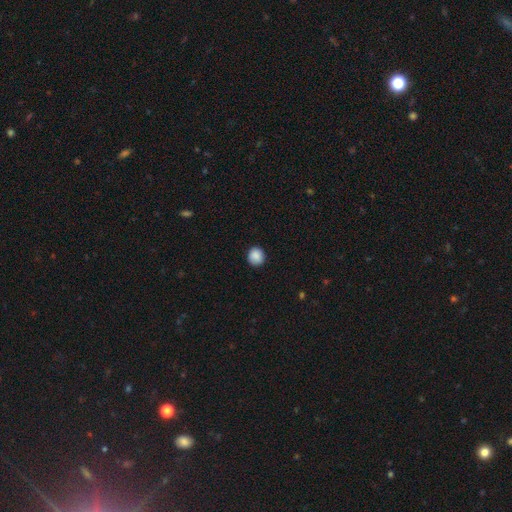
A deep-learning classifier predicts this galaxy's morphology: This is clearly a smooth galaxy (89%). How rounded: clearly round (86%). Merging: clearly none (90%).